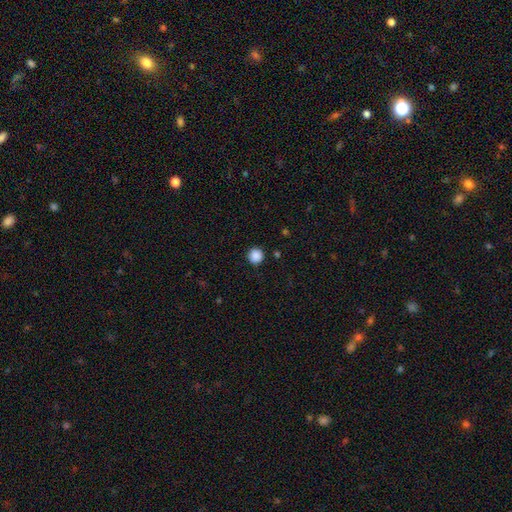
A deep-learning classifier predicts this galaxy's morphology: A smooth galaxy with no disk features (88%) that is round (95%).

Vote fractions:
- Smooth or featured? smooth: 88% / star or artifact: 10% / featured or disk: 2%
- How rounded? round: 95% / in between: 4% / cigar-shaped: 1%
- Merging? none: 91% / minor disturbance: 6% / major disturbance: 2% / merger: 1%